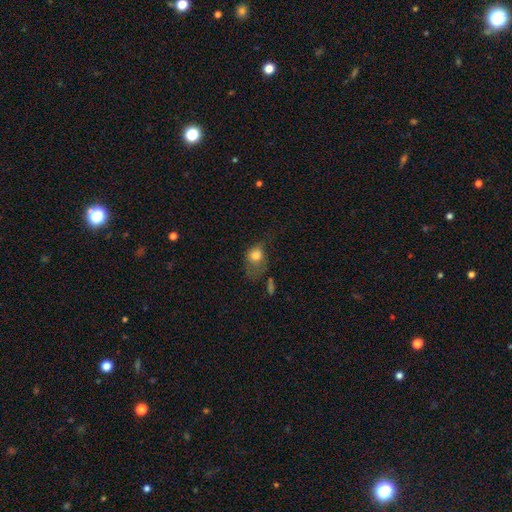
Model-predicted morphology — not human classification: Overall: smooth (72%). How rounded: in between (60%; round 38%). Merging: major disturbance (44%; minor disturbance 27%).